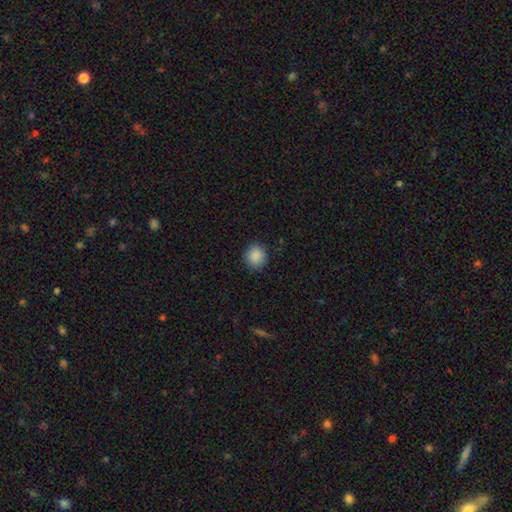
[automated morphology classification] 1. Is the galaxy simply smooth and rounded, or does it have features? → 88% smooth, 9% star or artifact, 3% featured or disk.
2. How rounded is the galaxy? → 86% round, 13% in between, 1% cigar-shaped.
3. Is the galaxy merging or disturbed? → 89% none, 8% minor disturbance, 2% major disturbance, 1% merger.